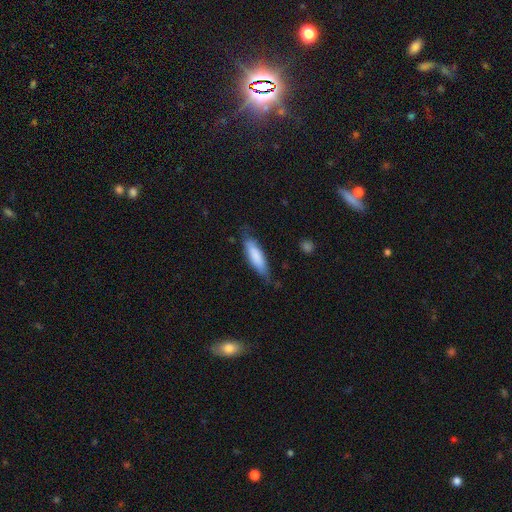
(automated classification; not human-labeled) Smooth or featured: smooth — 79% (featured or disk — 16%)
How rounded: cigar-shaped — 58% (in between — 41%)
Merging: none — 69% (minor disturbance — 24%)